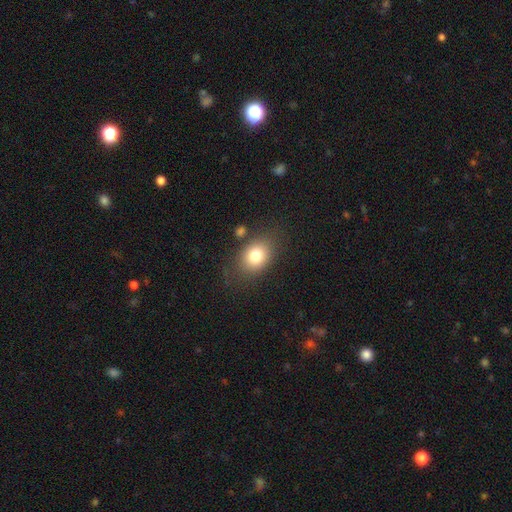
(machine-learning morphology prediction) smooth 78%, featured or disk 12%, star or artifact 10%. Down the decision tree: how rounded — in between (62%); merging — none (74%).